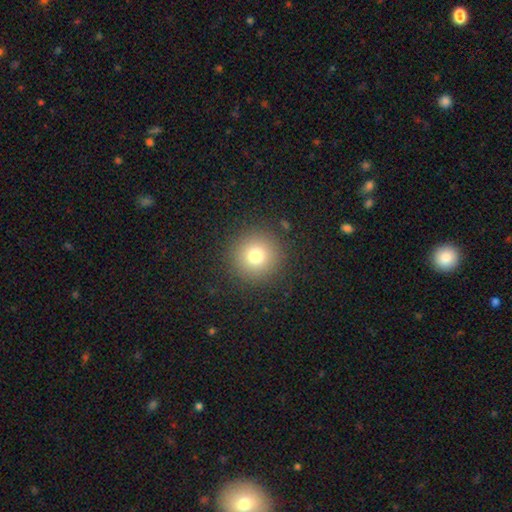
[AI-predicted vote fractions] Morphology: type=smooth (77%); roundness=round (95%); merging=none (91%).